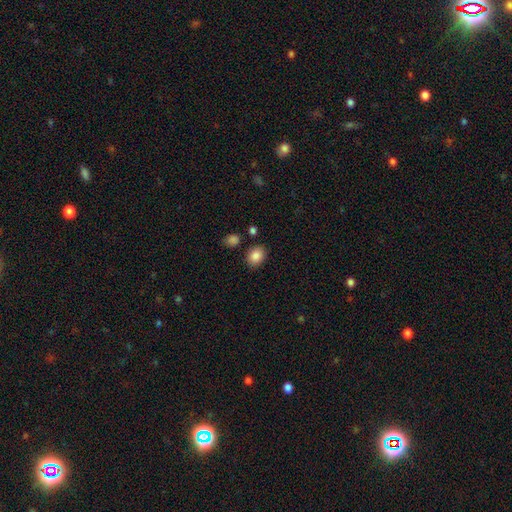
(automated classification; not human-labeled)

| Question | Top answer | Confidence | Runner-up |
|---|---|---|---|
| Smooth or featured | smooth | 87% | star or artifact (9%) |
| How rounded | in between | 58% | round (41%) |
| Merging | none | 83% | minor disturbance (10%) |